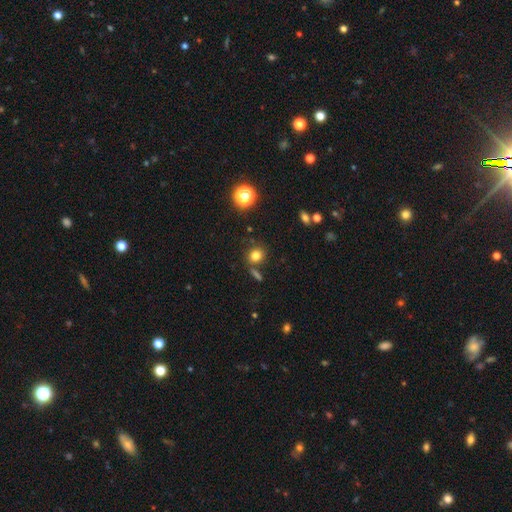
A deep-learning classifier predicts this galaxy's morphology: type=smooth (77%); roundness=round (74%); merging=none (75%).